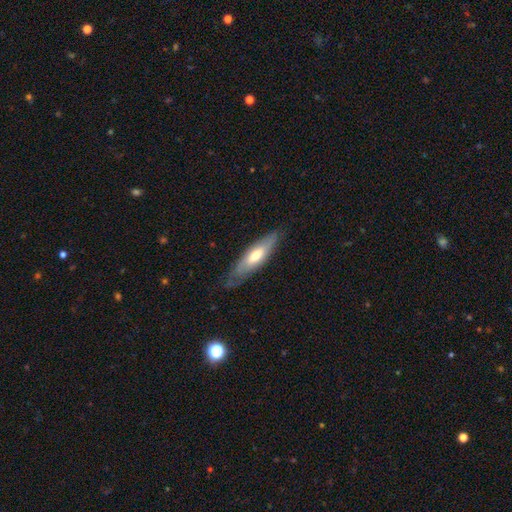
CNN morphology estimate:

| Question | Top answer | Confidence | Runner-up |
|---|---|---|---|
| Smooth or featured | smooth | 53% | featured or disk (42%) |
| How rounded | cigar-shaped | 59% | in between (40%) |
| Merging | none | 71% | minor disturbance (22%) |